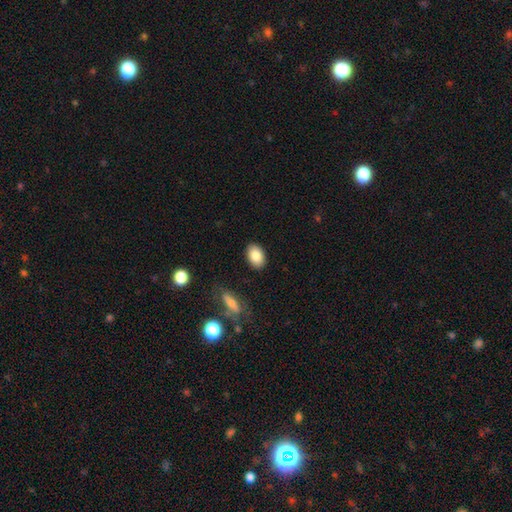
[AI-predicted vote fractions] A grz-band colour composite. It shows a smooth galaxy with no disk features (86%) that is in between round and cigar-shaped (87%). Merging: none (88%).